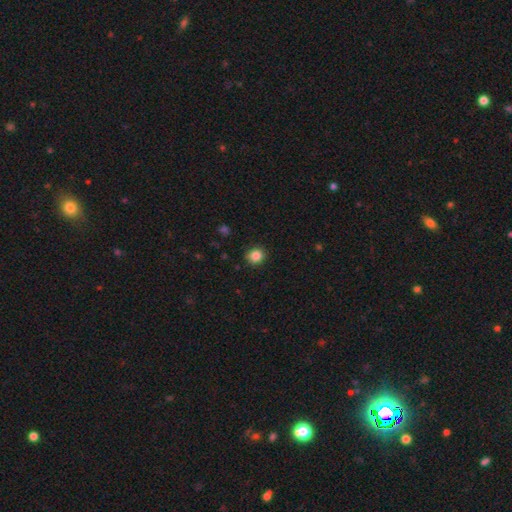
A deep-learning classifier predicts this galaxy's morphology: smooth_or_featured: smooth (p=0.85) [alt: star or artifact p=0.11]
how_rounded: round (p=0.84) [alt: in between p=0.15]
merging: none (p=0.88) [alt: minor disturbance p=0.09]